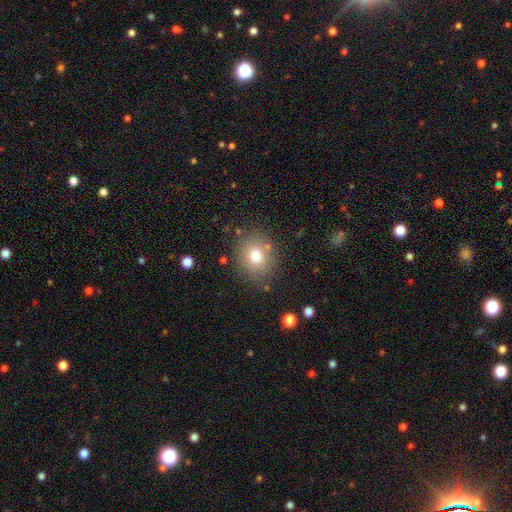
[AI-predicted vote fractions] smooth-or-featured: smooth: 78% | star or artifact: 11% | featured or disk: 11%
  how-rounded: round: 62% | in between: 37% | cigar-shaped: 1%
  merging: none: 79% | minor disturbance: 12% | merger: 5% | major disturbance: 4%